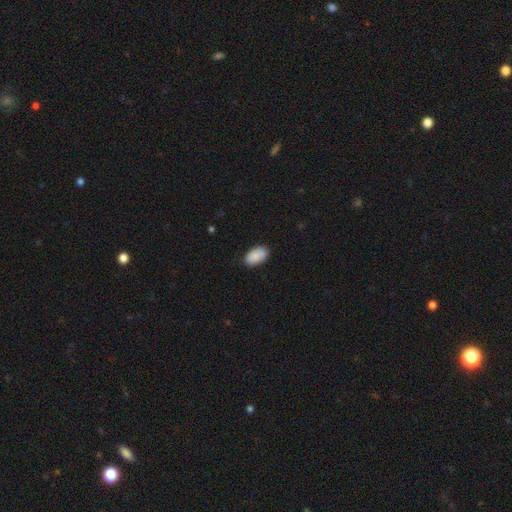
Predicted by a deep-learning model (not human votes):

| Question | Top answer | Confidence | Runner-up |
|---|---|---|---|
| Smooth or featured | smooth | 87% | star or artifact (7%) |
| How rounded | in between | 94% | round (5%) |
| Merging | none | 83% | minor disturbance (13%) |